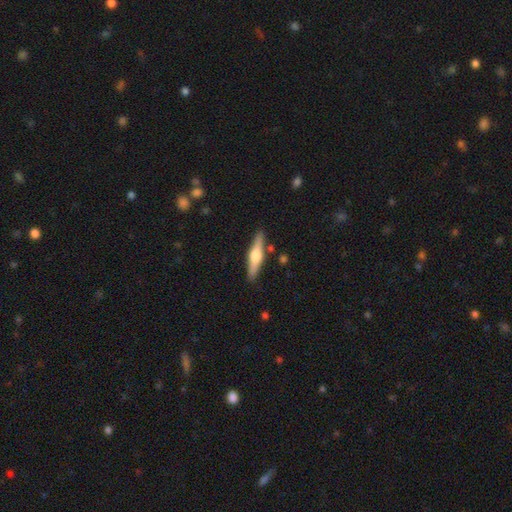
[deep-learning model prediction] Smooth or featured? Predicted: featured or disk (p=0.61). Edge-on disk? Predicted: yes (p=0.96). Edge-on bulge? Predicted: rounded (p=0.92). Merging? Predicted: none (p=0.87).